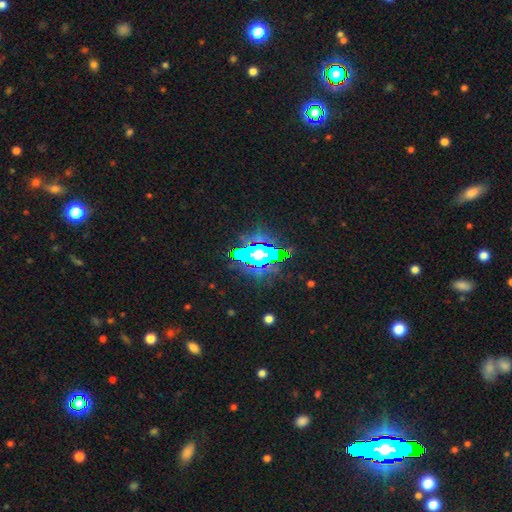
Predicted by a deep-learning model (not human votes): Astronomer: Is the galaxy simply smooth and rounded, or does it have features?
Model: star or artifact — 54%.